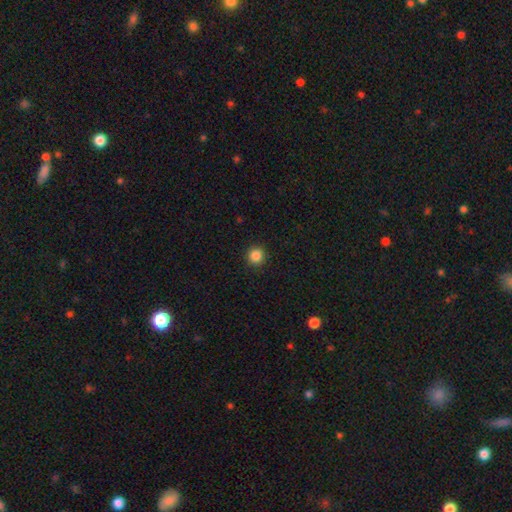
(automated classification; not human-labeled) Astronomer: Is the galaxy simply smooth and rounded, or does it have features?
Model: smooth — 87%.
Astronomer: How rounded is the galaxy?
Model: round — 95%.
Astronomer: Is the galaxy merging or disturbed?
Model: none — 92%.